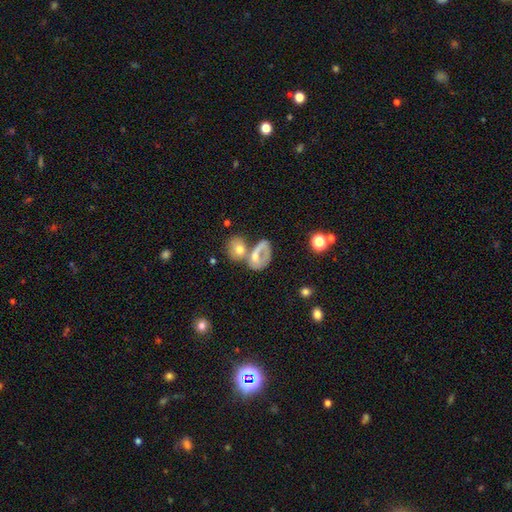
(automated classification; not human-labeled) This appears to be a smooth galaxy with no disk features (54%) that is in between round and cigar-shaped (72%). Merging: merger (54%).